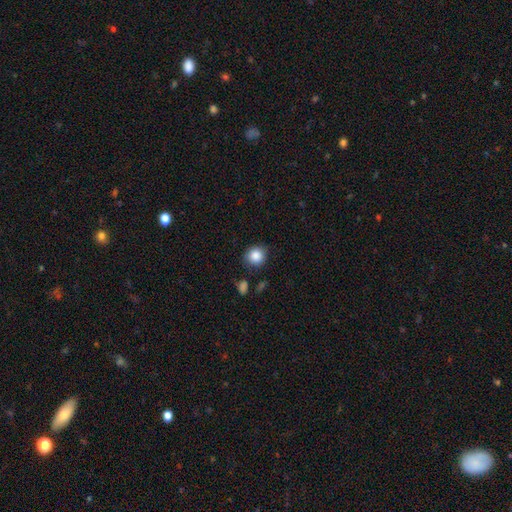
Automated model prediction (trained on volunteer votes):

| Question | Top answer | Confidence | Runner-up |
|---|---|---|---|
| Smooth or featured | smooth | 86% | star or artifact (9%) |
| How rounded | round | 86% | in between (13%) |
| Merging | none | 81% | minor disturbance (13%) |